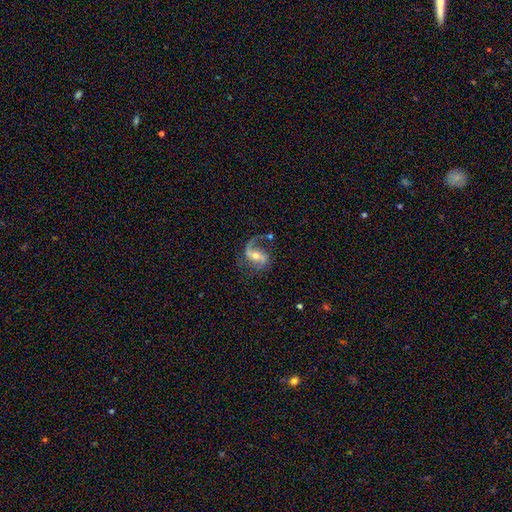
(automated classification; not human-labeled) The model was most divided on "bar": weak: 38%, strong: 37%, no: 25%. More confident: edge-on disk — no (97%); spiral arms — yes (95%); smooth or featured — featured or disk (87%); spiral arm count — 2 (64%); merging — none (58%); spiral winding — loose (56%); bulge size — moderate (53%).